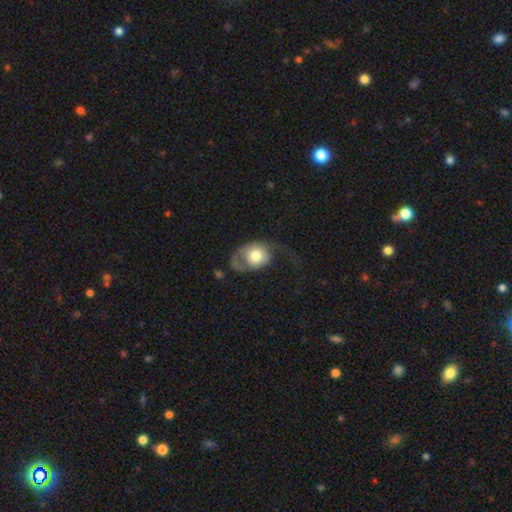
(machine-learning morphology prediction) The model was most divided on "smooth or featured": smooth: 49%, featured or disk: 45%, star or artifact: 6%. More confident: merging — major disturbance (52%).